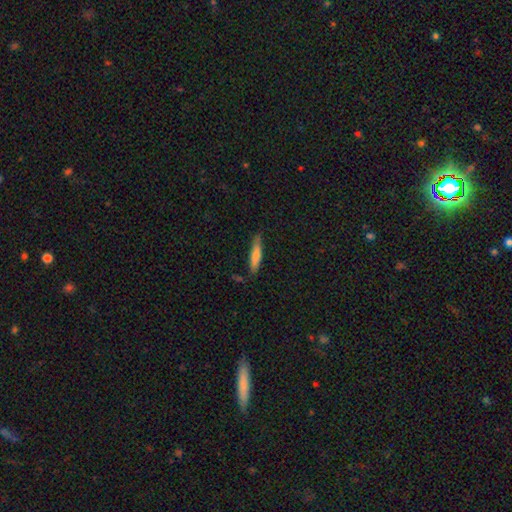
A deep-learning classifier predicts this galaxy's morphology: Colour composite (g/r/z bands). It shows a smooth galaxy with no disk features (73%) that is cigar-shaped (85%). Merging: none (76%).